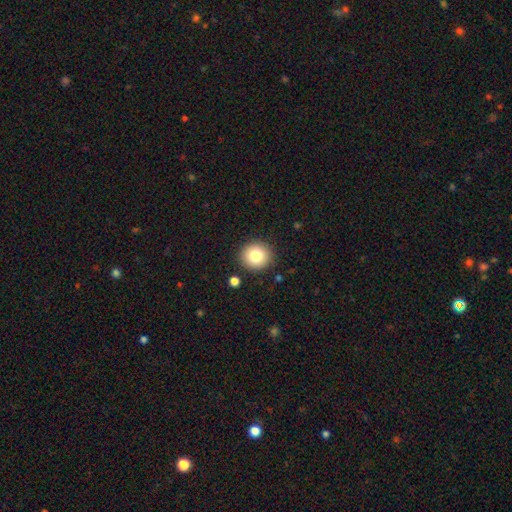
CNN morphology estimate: A smooth galaxy with no disk features (80%) that is round (91%).

Vote fractions:
- Smooth or featured? smooth: 80% / star or artifact: 10% / featured or disk: 10%
- How rounded? round: 91% / in between: 8% / cigar-shaped: 1%
- Merging? none: 89% / minor disturbance: 7% / major disturbance: 2% / merger: 2%